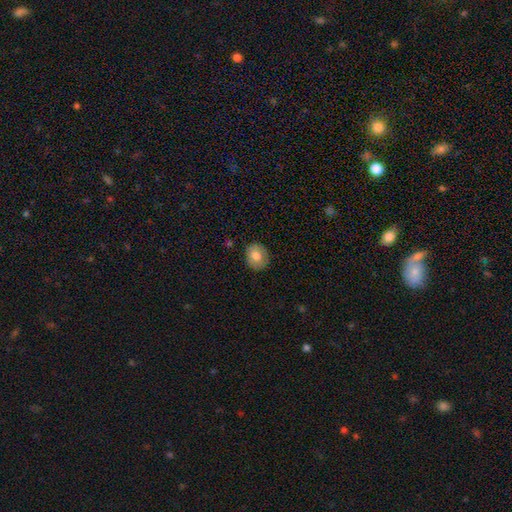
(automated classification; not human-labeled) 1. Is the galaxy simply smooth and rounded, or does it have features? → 79% smooth, 13% featured or disk, 8% star or artifact.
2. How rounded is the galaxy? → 64% round, 35% in between, 1% cigar-shaped.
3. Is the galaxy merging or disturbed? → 84% none, 12% minor disturbance, 2% major disturbance, 1% merger.